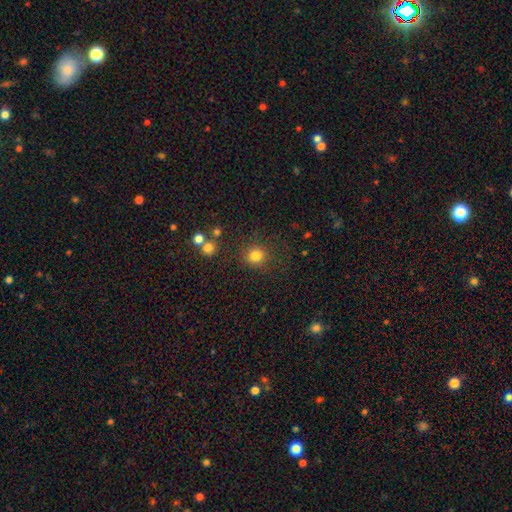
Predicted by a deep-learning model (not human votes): Morphology: type=smooth (81%); roundness=round (90%); merging=none (84%).